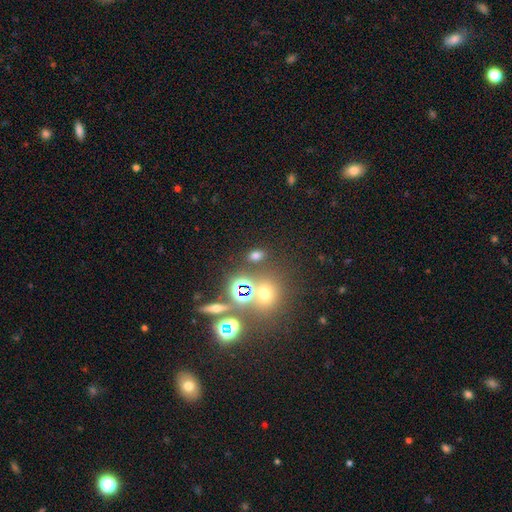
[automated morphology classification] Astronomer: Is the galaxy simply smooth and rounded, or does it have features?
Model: smooth — 61%.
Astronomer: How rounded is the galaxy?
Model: in between — 71%.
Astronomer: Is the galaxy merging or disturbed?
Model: none — 77%.